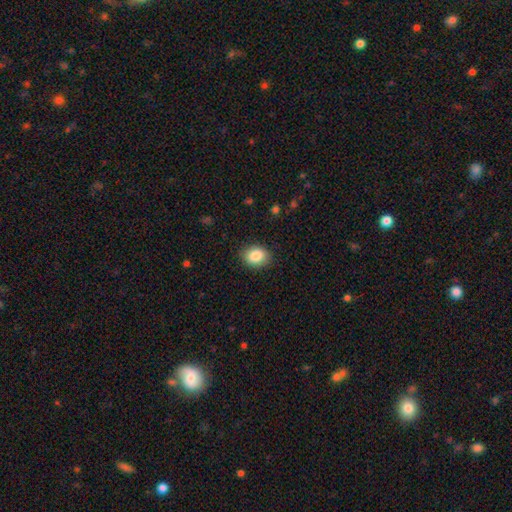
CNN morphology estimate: type=smooth (87%); roundness=in between (58%); merging=none (87%).